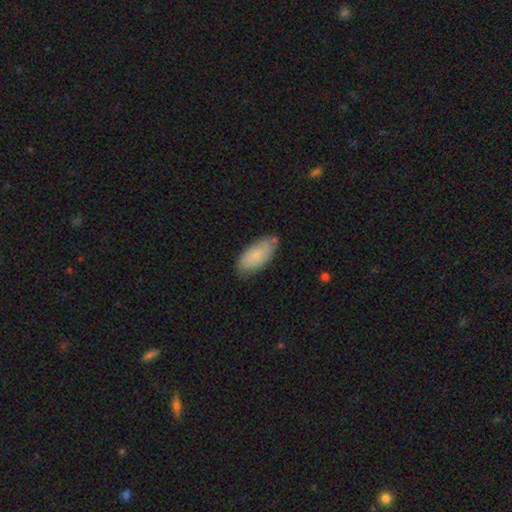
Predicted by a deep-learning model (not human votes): This appears to be a smooth galaxy with no disk features (78%) that is in between round and cigar-shaped (91%). Merging: none (73%).